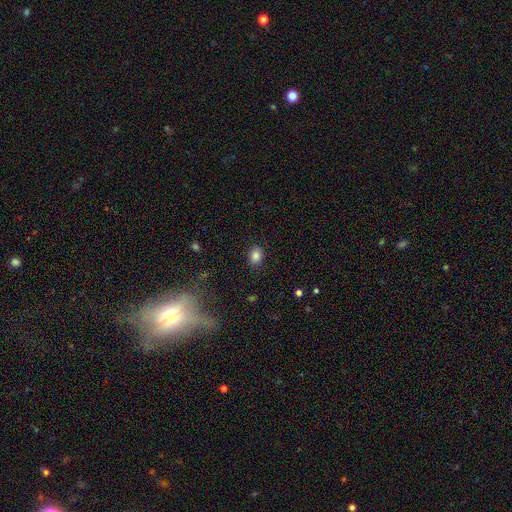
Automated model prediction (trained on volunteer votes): Smooth or featured? Predicted: smooth (p=0.84). How rounded? Predicted: in between (p=0.58). Merging? Predicted: none (p=0.87).